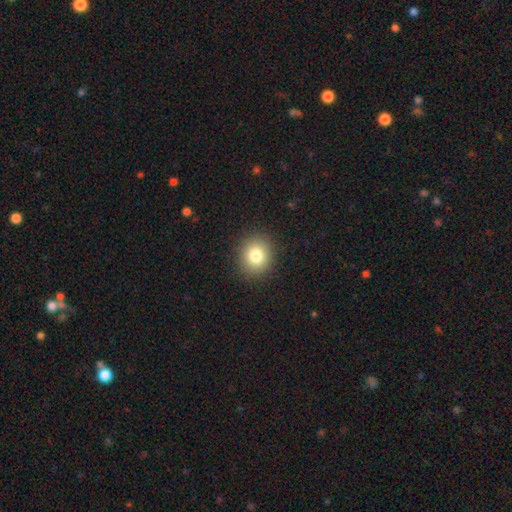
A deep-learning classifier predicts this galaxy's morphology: Q: Smooth or featured?
A: smooth (81%); runner-up: star or artifact (11%)
Q: How rounded?
A: round (76%); runner-up: in between (23%)
Q: Merging?
A: none (90%); runner-up: minor disturbance (6%)